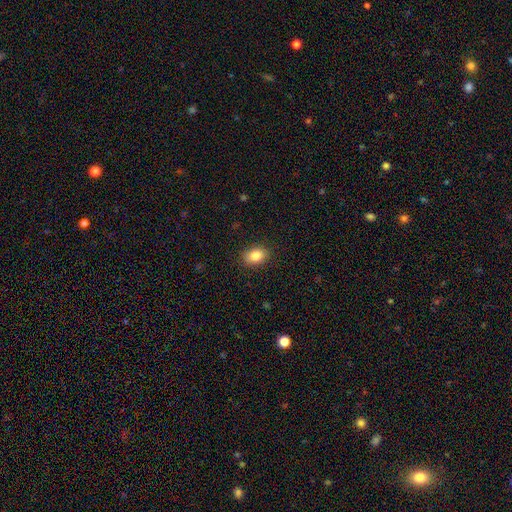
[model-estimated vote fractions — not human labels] smooth 86%, star or artifact 8%, featured or disk 6%. Down the decision tree: how rounded — in between (79%); merging — none (86%).